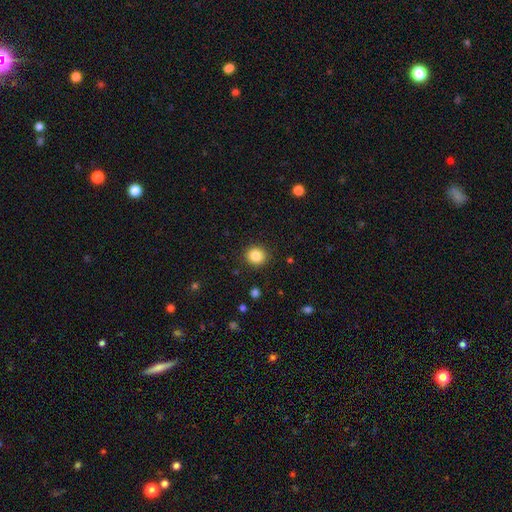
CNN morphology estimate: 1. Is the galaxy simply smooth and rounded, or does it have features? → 85% smooth, 10% star or artifact, 5% featured or disk.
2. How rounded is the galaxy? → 84% round, 15% in between, 1% cigar-shaped.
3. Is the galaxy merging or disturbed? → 90% none, 7% minor disturbance, 2% major disturbance, 1% merger.